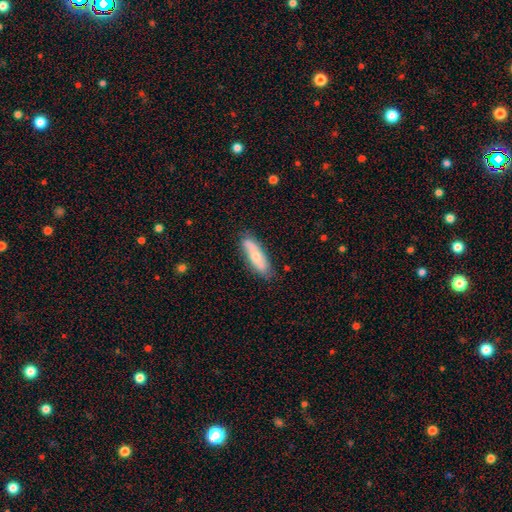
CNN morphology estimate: Smooth or featured? Predicted: smooth (p=0.57). How rounded? Predicted: in between (p=0.52). Merging? Predicted: none (p=0.78).